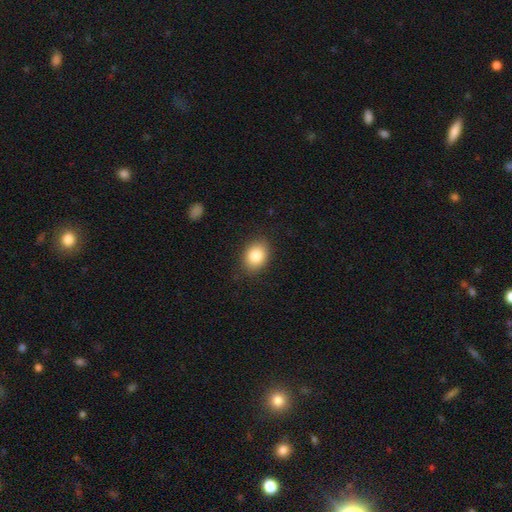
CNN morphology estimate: This appears to be a smooth galaxy with no disk features (85%) that is in between round and cigar-shaped (65%). Merging: none (86%).